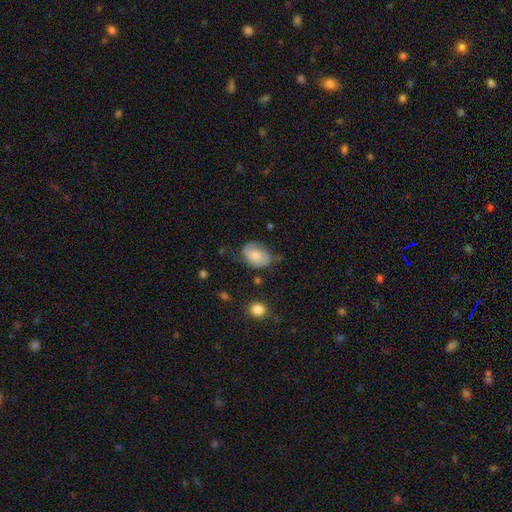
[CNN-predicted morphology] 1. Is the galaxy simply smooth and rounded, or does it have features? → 55% smooth, 36% featured or disk, 8% star or artifact.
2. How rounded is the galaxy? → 78% in between, 21% round, 1% cigar-shaped.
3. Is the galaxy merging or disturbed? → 52% none, 32% minor disturbance, 13% major disturbance, 3% merger.